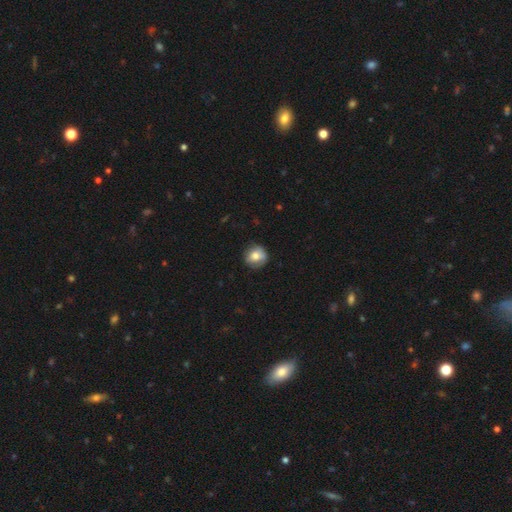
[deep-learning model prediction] This is likely a smooth galaxy (70%). How rounded: clearly round (85%). Merging: likely none (78%).